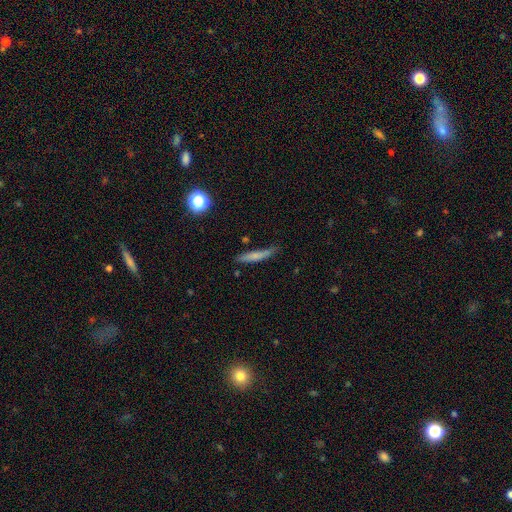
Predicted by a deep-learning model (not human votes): smooth 68%, featured or disk 24%, star or artifact 8%. Down the decision tree: how rounded — cigar-shaped (90%); merging — none (72%).